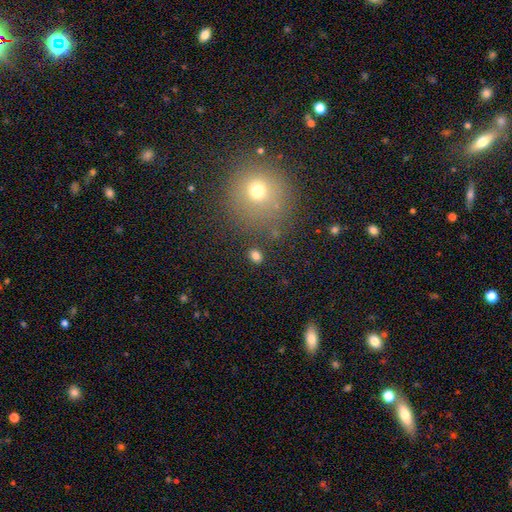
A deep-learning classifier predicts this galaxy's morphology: This is likely a smooth galaxy (80%). How rounded: possibly in between (56%). Merging: clearly none (84%).